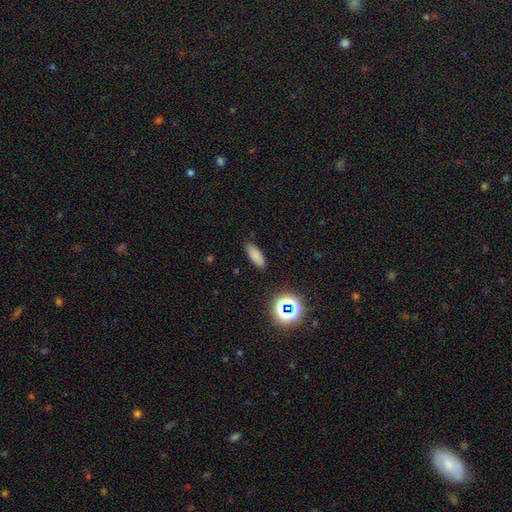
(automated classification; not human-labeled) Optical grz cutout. It shows a smooth galaxy with no disk features (79%) that is in between round and cigar-shaped (65%). Merging: none (86%).